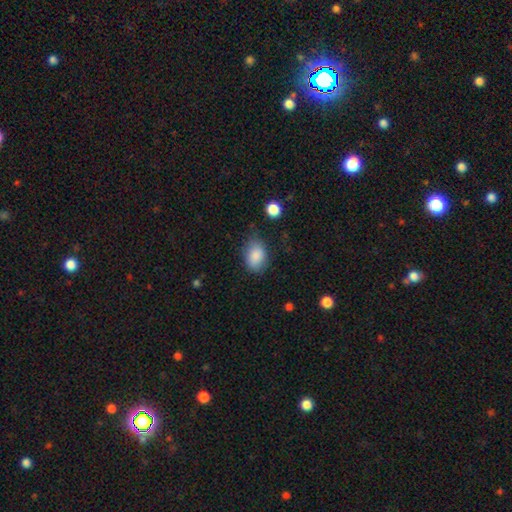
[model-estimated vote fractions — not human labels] smooth_or_featured: smooth (p=0.86) [alt: star or artifact p=0.08]
how_rounded: in between (p=0.81) [alt: round p=0.18]
merging: none (p=0.69) [alt: minor disturbance p=0.23]